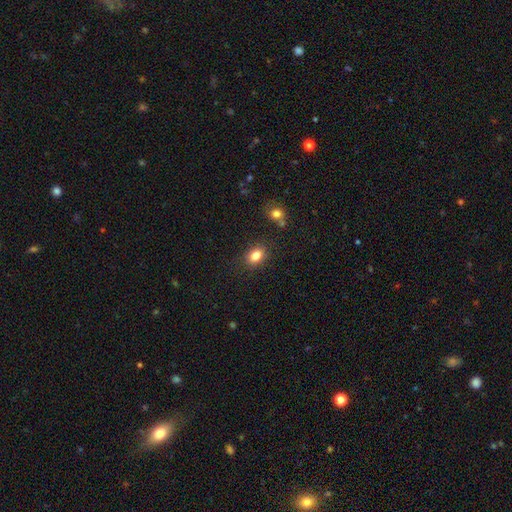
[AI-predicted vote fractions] Smooth or featured? smooth (83%)
How rounded? in between (76%)
Merging? none (85%)